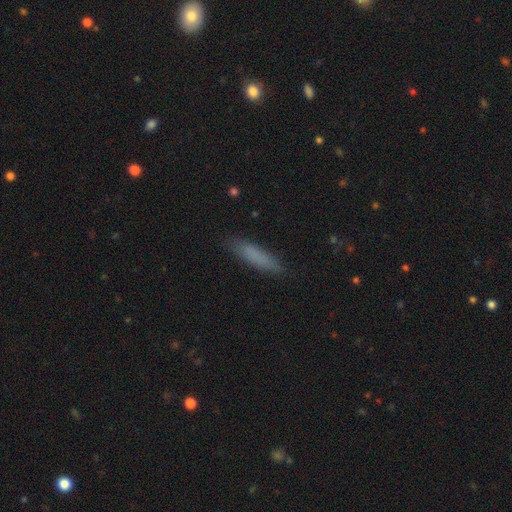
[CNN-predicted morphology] smooth_or_featured: smooth (p=0.80) [alt: featured or disk p=0.12]
how_rounded: cigar-shaped (p=0.80) [alt: in between p=0.19]
merging: none (p=0.86) [alt: minor disturbance p=0.10]